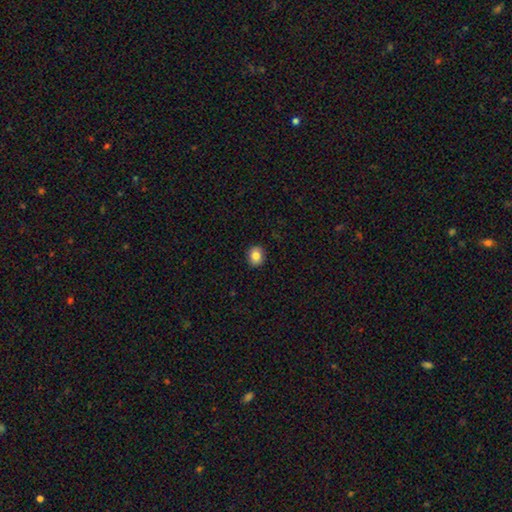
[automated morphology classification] A smooth galaxy with no disk features (84%) that is round (69%). Merging: none (91%).